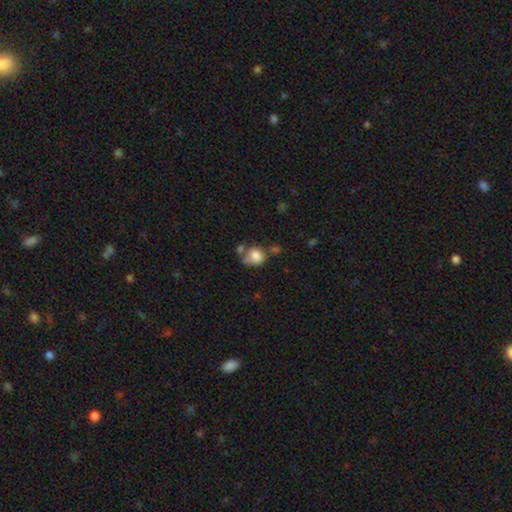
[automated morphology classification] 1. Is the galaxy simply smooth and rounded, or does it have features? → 79% smooth, 11% featured or disk, 9% star or artifact.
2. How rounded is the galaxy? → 63% round, 36% in between, 1% cigar-shaped.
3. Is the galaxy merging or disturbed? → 42% none, 25% merger, 22% minor disturbance, 11% major disturbance.